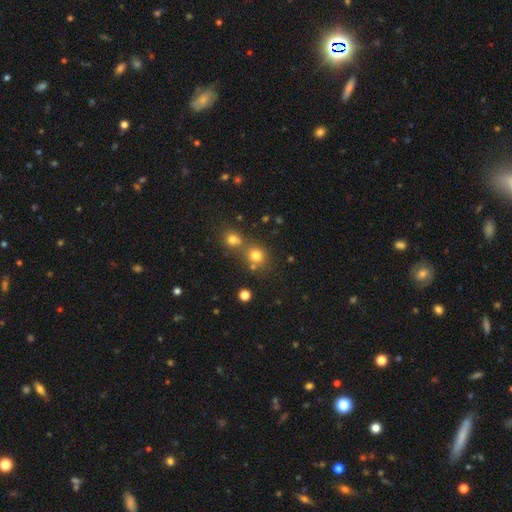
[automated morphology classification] smooth 76%, star or artifact 16%, featured or disk 8%. Down the decision tree: how rounded — round (84%); merging — none (55%).